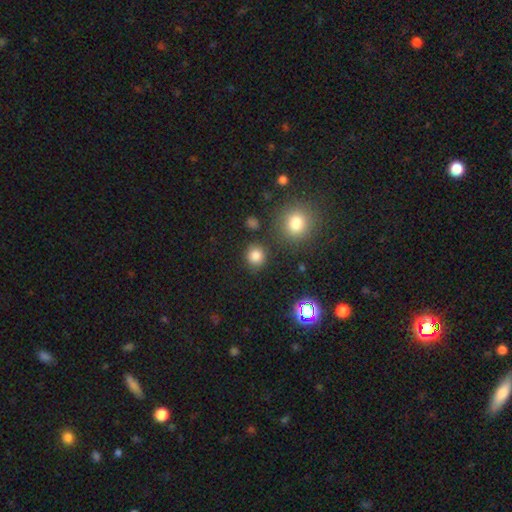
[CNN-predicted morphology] This is clearly a smooth galaxy (81%). How rounded: clearly round (88%). Merging: clearly none (84%).